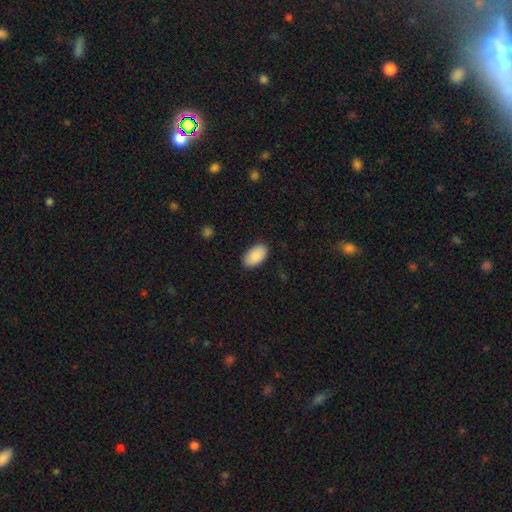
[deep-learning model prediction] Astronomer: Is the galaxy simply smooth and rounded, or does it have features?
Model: smooth — 90%.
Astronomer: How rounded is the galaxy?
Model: in between — 95%.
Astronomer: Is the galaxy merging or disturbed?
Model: none — 87%.